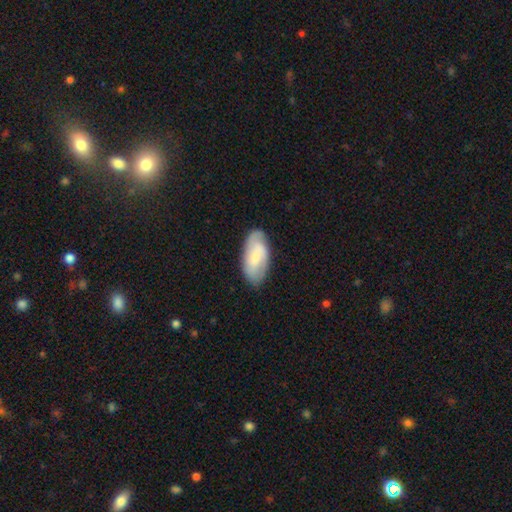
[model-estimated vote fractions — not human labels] Smooth or featured? Predicted: featured or disk (p=0.50). Edge-on disk? Predicted: no (p=0.94). Merging? Predicted: none (p=0.79).